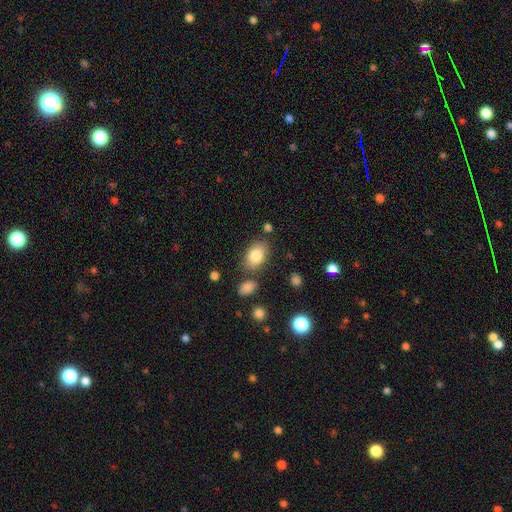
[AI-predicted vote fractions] Smooth or featured? Predicted: smooth (p=0.83). How rounded? Predicted: in between (p=0.85). Merging? Predicted: none (p=0.78).